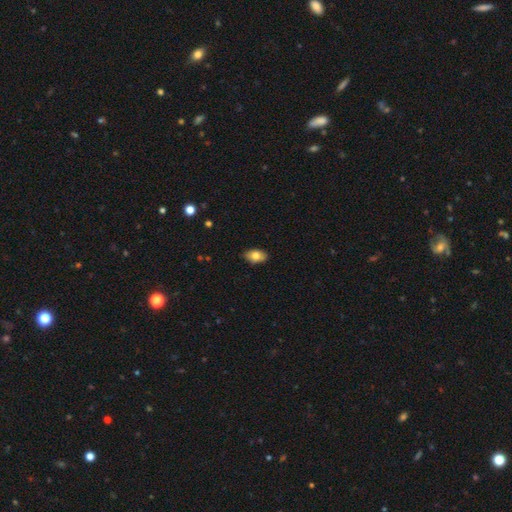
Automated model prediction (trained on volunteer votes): Overall: smooth (79%). How rounded: in between (90%). Merging: none (85%).